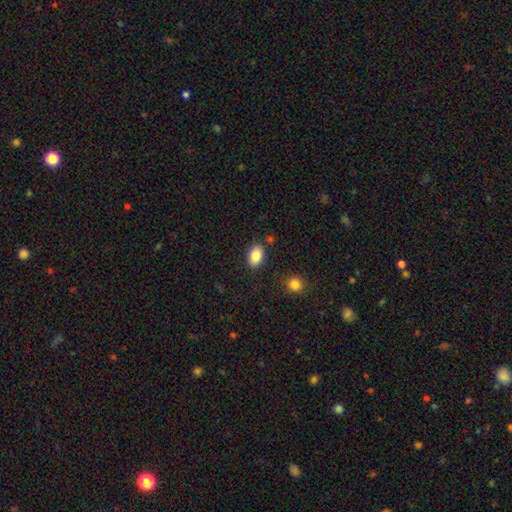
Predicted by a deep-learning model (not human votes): The model was most divided on "merging": none: 84%, minor disturbance: 10%, merger: 3%, major disturbance: 3%. More confident: how rounded — in between (88%); smooth or featured — smooth (87%).